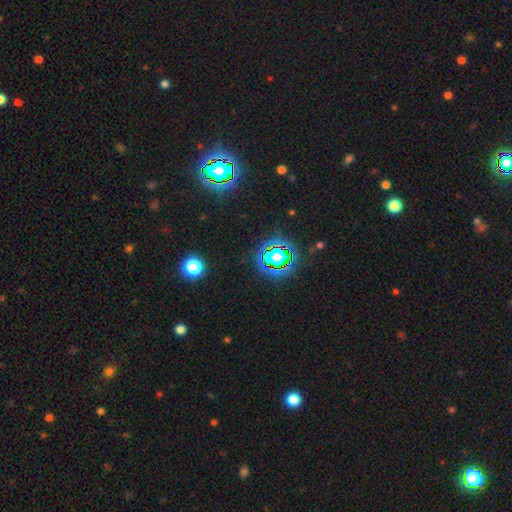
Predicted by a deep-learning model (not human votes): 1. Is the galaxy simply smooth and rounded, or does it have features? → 79% star or artifact, 13% smooth, 7% featured or disk.